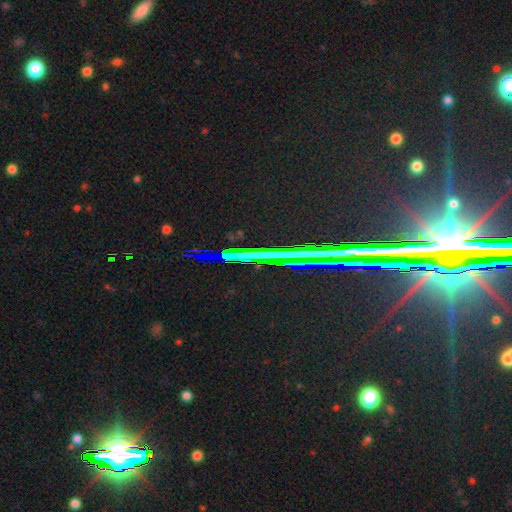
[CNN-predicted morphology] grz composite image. It shows a star or artifact, not a galaxy (79%).